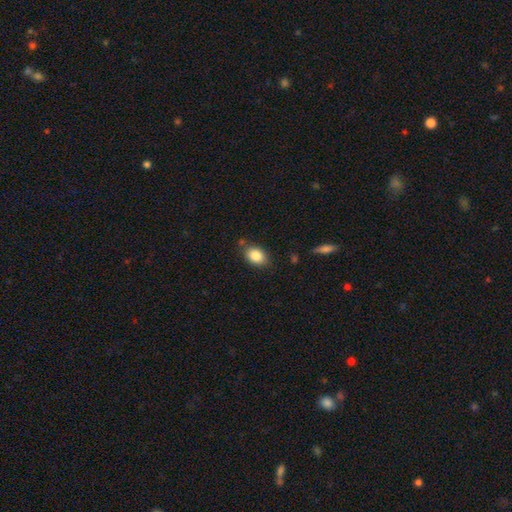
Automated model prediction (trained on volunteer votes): Smooth or featured? Predicted: smooth (p=0.85). How rounded? Predicted: in between (p=0.78). Merging? Predicted: none (p=0.78).